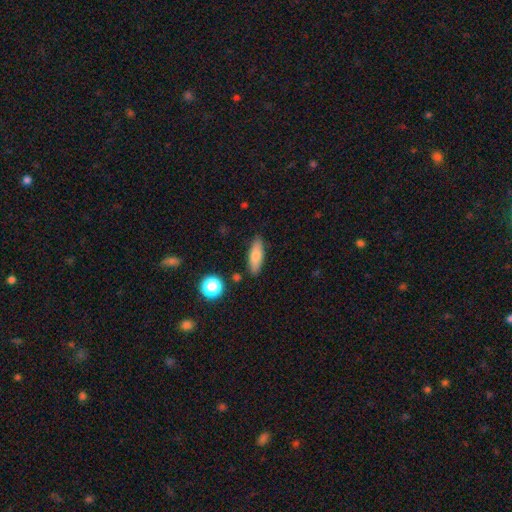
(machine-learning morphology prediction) A smooth galaxy with no disk features (76%) that is in between round and cigar-shaped (55%).

Vote fractions:
- Smooth or featured? smooth: 76% / featured or disk: 16% / star or artifact: 8%
- How rounded? in between: 55% / cigar-shaped: 42% / round: 4%
- Merging? none: 84% / minor disturbance: 11% / merger: 3% / major disturbance: 2%